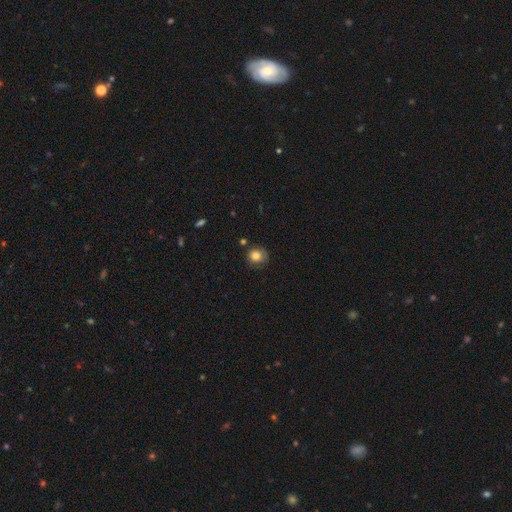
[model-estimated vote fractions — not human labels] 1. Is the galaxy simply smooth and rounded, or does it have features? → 83% smooth, 10% star or artifact, 8% featured or disk.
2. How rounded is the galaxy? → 82% round, 17% in between, 1% cigar-shaped.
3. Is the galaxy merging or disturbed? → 77% none, 17% minor disturbance, 4% major disturbance, 3% merger.